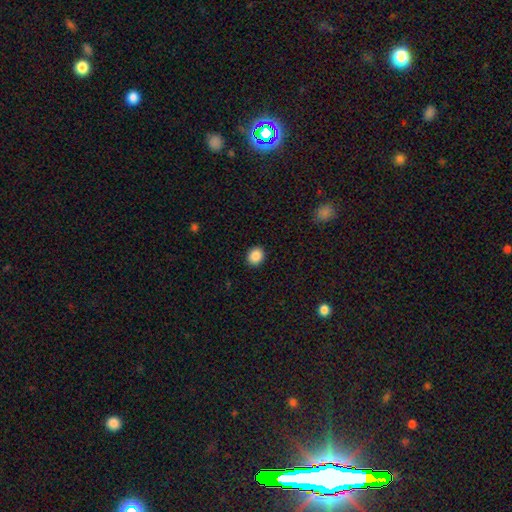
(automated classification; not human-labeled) Smooth or featured? smooth (88%)
How rounded? round (68%)
Merging? none (92%)